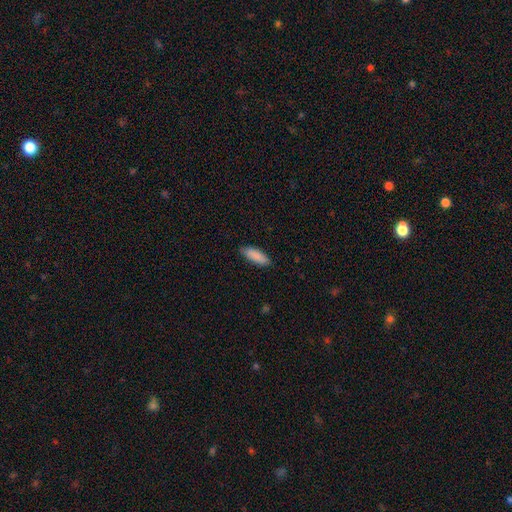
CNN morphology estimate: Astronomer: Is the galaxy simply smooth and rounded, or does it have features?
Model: smooth — 88%.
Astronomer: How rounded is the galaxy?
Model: in between — 65%.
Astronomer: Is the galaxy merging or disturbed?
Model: none — 85%.